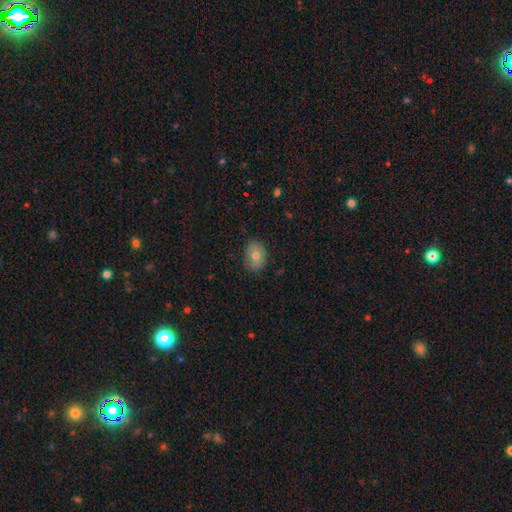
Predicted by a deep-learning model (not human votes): This appears to be a smooth galaxy with no disk features (66%) that is in between round and cigar-shaped (58%). Merging: none (81%).